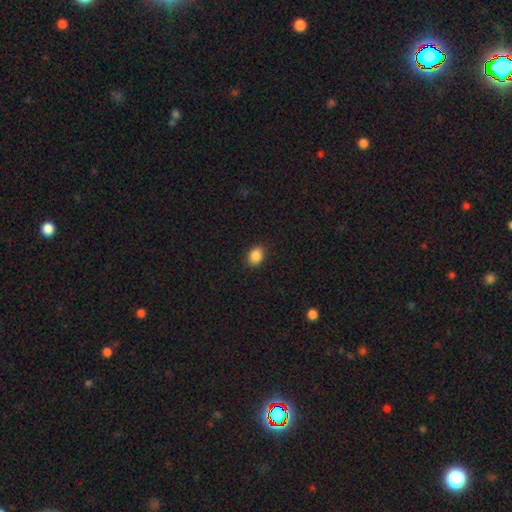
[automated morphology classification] smooth_or_featured: smooth (p=0.88) [alt: star or artifact p=0.09]
how_rounded: in between (p=0.64) [alt: round p=0.35]
merging: none (p=0.88) [alt: minor disturbance p=0.09]